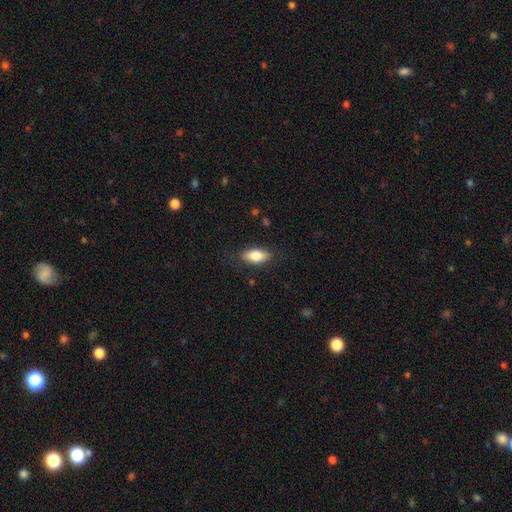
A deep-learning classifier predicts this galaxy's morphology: A smooth galaxy with no disk features (81%) that is in between round and cigar-shaped (87%). Merging: none (84%).